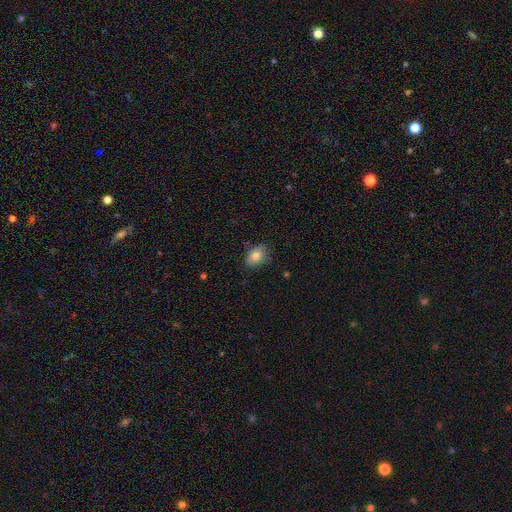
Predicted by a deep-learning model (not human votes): smooth 82%, featured or disk 10%, star or artifact 8%. Down the decision tree: how rounded — in between (79%); merging — none (73%).